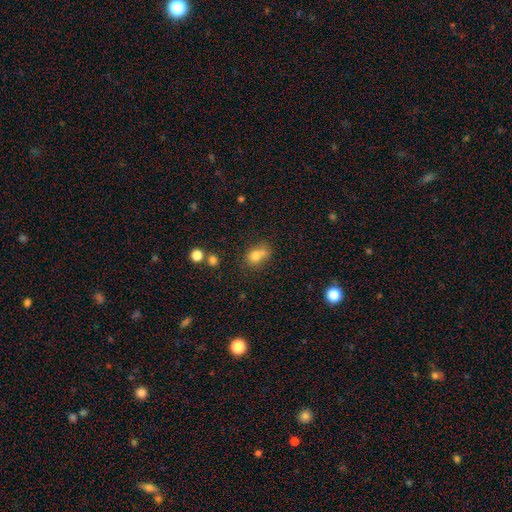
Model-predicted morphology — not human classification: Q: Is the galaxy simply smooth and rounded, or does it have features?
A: smooth — 74%.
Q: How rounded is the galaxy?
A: in between — 53%.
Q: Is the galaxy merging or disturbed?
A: none — 41%.